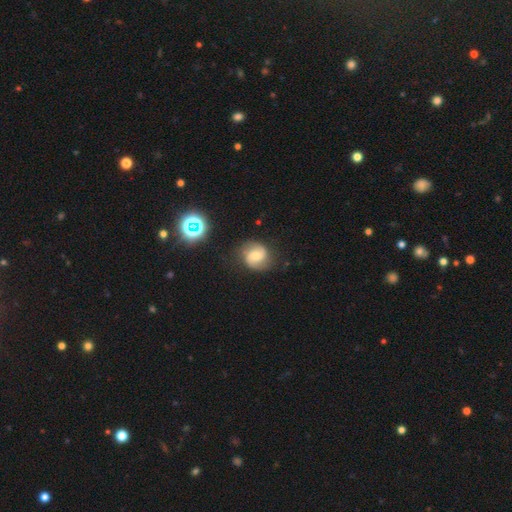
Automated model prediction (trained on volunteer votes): Overall: featured or disk (62%; smooth 28%). Edge-on disk: no (98%). Bar: no (53%; weak 38%). Spiral arms: yes (92%). Spiral arm count: 2 (87%). Spiral winding: medium (48%; tight 27%). Bulge size: moderate (52%; small 37%). Merging: none (76%).